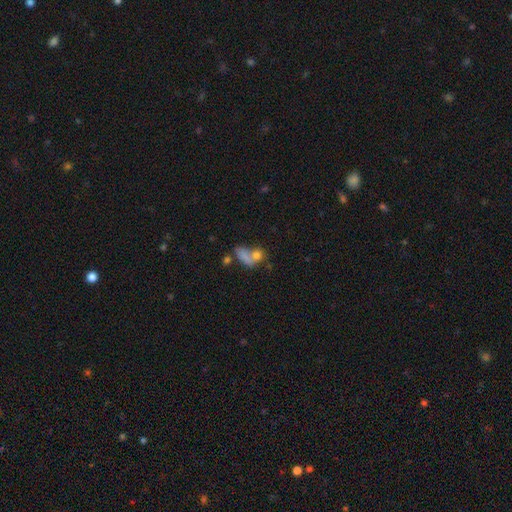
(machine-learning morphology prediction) Q: Smooth or featured?
A: smooth (73%); runner-up: featured or disk (14%)
Q: How rounded?
A: in between (53%); runner-up: round (40%)
Q: Merging?
A: merger (45%); runner-up: none (33%)